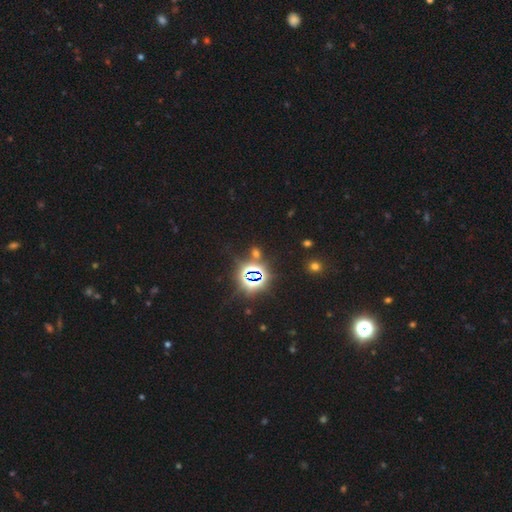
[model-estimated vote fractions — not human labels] This is clearly a star or artifact rather than a galaxy (80%).